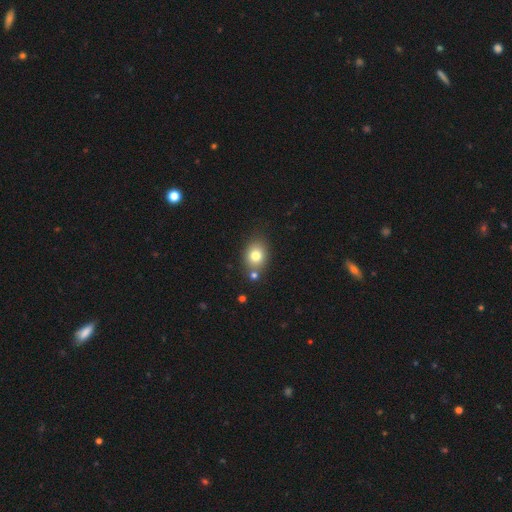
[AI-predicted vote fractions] smooth 78%, featured or disk 11%, star or artifact 11%. Down the decision tree: how rounded — in between (52%); merging — none (71%).